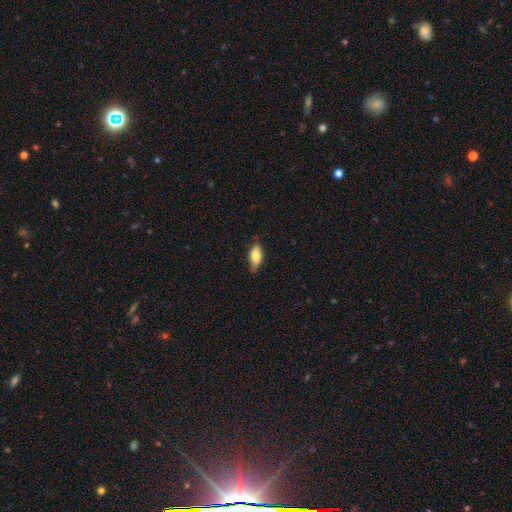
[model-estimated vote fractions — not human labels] A smooth galaxy with no disk features (79%) that is in between round and cigar-shaped (82%).

Vote fractions:
- Smooth or featured? smooth: 79% / featured or disk: 14% / star or artifact: 7%
- How rounded? in between: 82% / cigar-shaped: 15% / round: 2%
- Merging? none: 71% / minor disturbance: 24% / major disturbance: 3% / merger: 1%